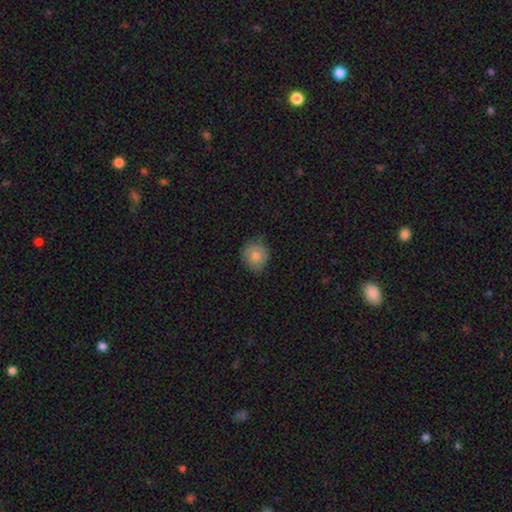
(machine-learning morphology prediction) The model was most divided on "merging": none: 77%, minor disturbance: 19%, major disturbance: 3%, merger: 1%. More confident: how rounded — round (84%); smooth or featured — smooth (79%).